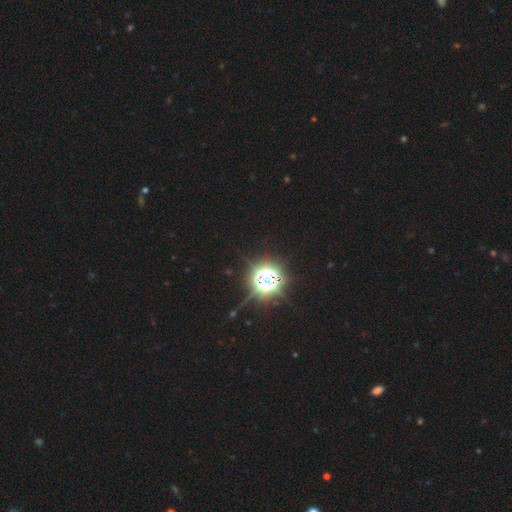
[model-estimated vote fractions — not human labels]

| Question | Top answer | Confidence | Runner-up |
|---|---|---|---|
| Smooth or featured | star or artifact | 81% | smooth (14%) |